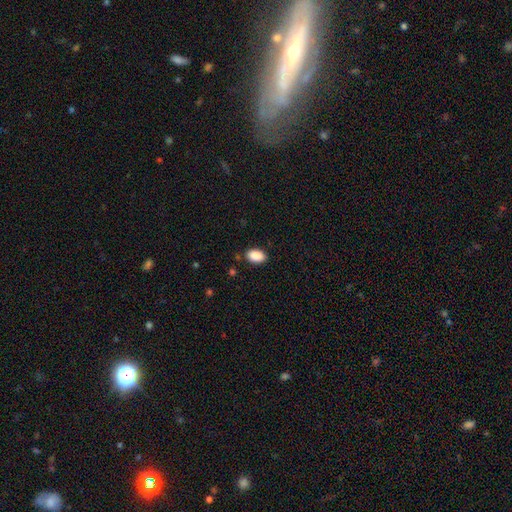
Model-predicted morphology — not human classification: smooth-or-featured: smooth: 90% | star or artifact: 7% | featured or disk: 3%
  how-rounded: in between: 92% | round: 7% | cigar-shaped: 1%
  merging: none: 86% | minor disturbance: 10% | major disturbance: 2% | merger: 2%